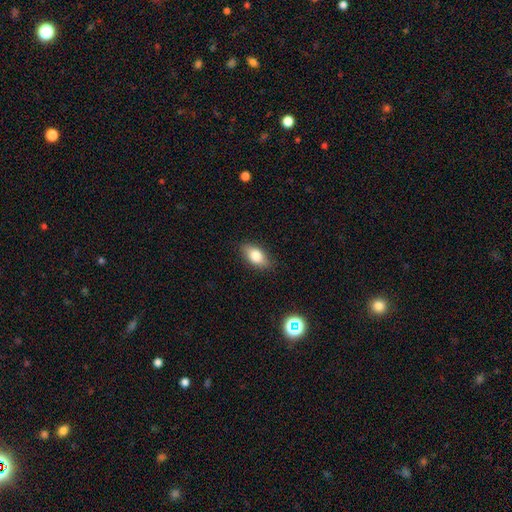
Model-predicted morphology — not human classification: A smooth galaxy with no disk features (79%) that is in between round and cigar-shaped (88%).

Vote fractions:
- Smooth or featured? smooth: 79% / featured or disk: 12% / star or artifact: 8%
- How rounded? in between: 88% / round: 7% / cigar-shaped: 5%
- Merging? none: 85% / minor disturbance: 11% / major disturbance: 2% / merger: 1%